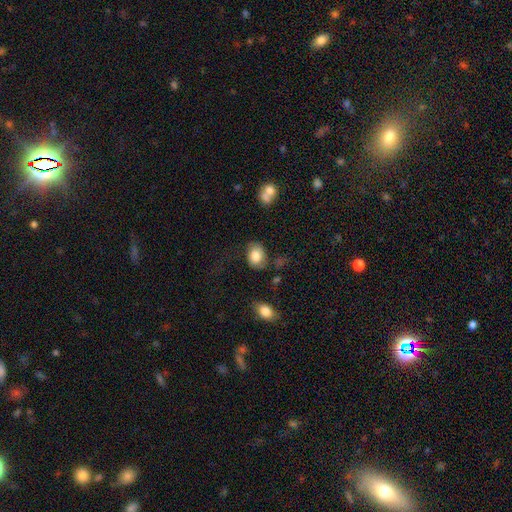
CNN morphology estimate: Smooth or featured: smooth — 80% (featured or disk — 13%)
How rounded: in between — 63% (round — 36%)
Merging: none — 61% (minor disturbance — 24%)